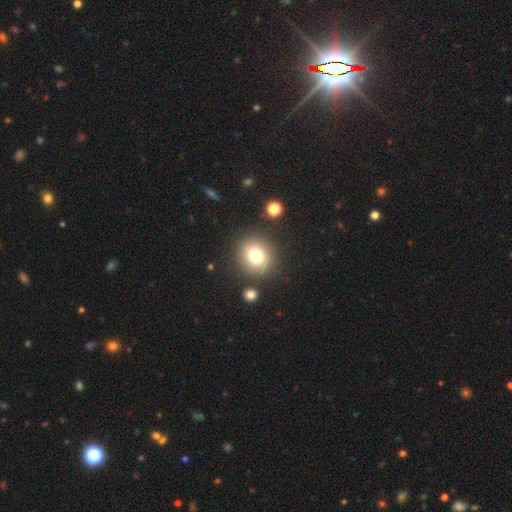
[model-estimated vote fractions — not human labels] Smooth or featured: smooth — 77% (star or artifact — 12%)
How rounded: round — 89% (in between — 10%)
Merging: none — 85% (minor disturbance — 8%)